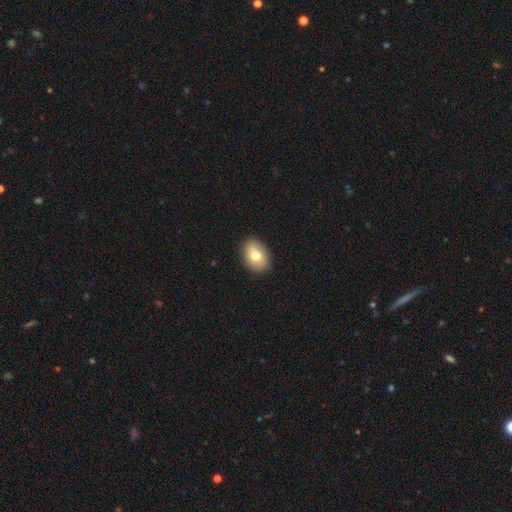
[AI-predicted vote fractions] Smooth or featured?
  - smooth: 73% *
  - featured or disk: 20%
  - star or artifact: 8%
How rounded?
  - in between: 78% *
  - round: 21%
  - cigar-shaped: 1%
Merging?
  - none: 86% *
  - minor disturbance: 10%
  - major disturbance: 2%
  - merger: 2%